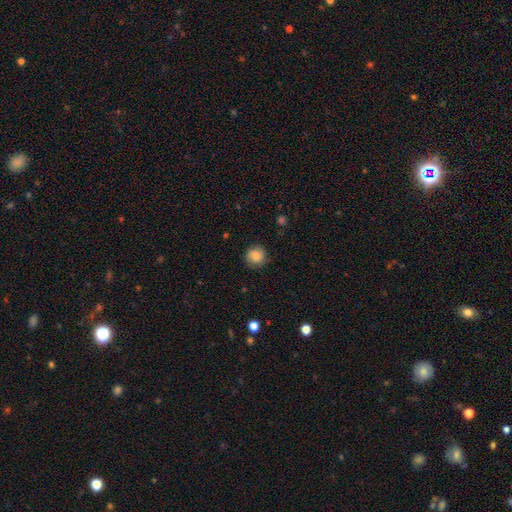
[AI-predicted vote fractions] smooth 79%, featured or disk 12%, star or artifact 9%. Down the decision tree: how rounded — round (89%); merging — none (83%).